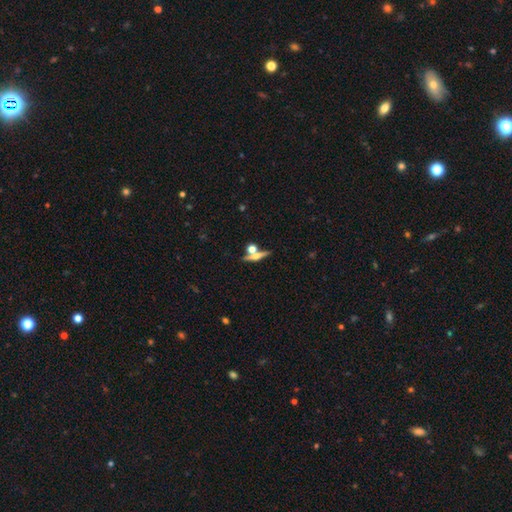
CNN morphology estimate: Q: Smooth or featured?
A: featured or disk (47%); runner-up: smooth (42%)
Q: Merging?
A: none (63%); runner-up: merger (24%)